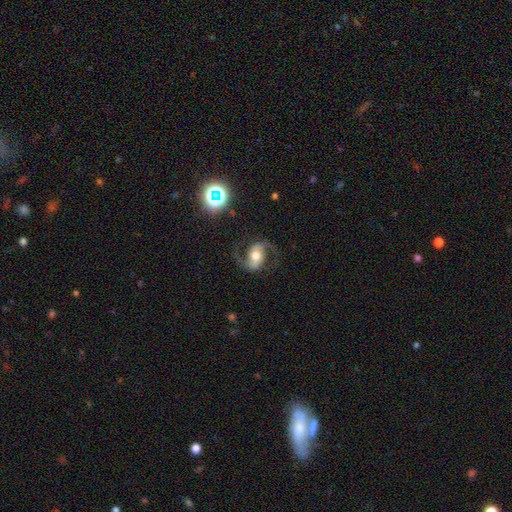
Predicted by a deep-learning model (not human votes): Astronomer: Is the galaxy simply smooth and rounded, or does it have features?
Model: featured or disk — 83%.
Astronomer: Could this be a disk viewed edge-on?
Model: no — 97%.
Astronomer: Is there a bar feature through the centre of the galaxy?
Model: no — 38% (runner-up: weak, 37%).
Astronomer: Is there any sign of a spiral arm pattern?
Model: yes — 96%.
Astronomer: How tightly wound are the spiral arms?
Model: loose — 49% (runner-up: medium, 43%).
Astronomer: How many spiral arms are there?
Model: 2 — 93%.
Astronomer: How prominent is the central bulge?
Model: moderate — 66%.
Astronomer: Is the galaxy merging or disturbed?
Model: none — 76%.